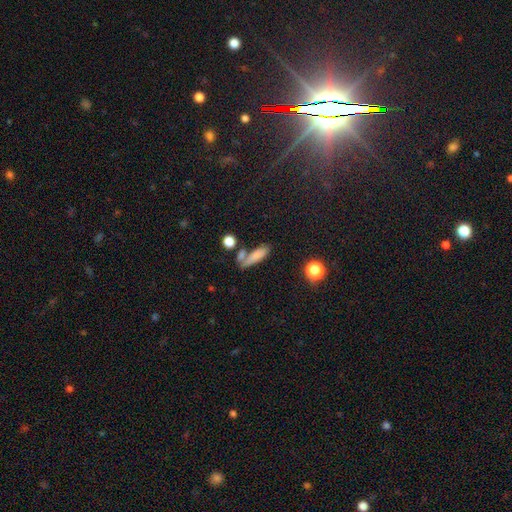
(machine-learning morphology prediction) This is likely a smooth galaxy (76%). How rounded: possibly cigar-shaped (50%). Merging: possibly none (54%).